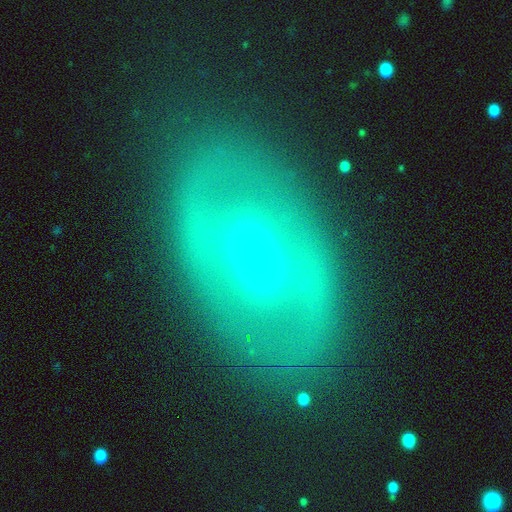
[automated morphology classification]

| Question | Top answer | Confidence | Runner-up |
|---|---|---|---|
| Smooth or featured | featured or disk | 69% | smooth (22%) |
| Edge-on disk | no | 91% | yes (9%) |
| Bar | weak | 43% | no (30%) |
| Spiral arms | no | 54% | yes (46%) |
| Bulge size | moderate | 56% | small (37%) |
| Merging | none | 78% | minor disturbance (14%) |